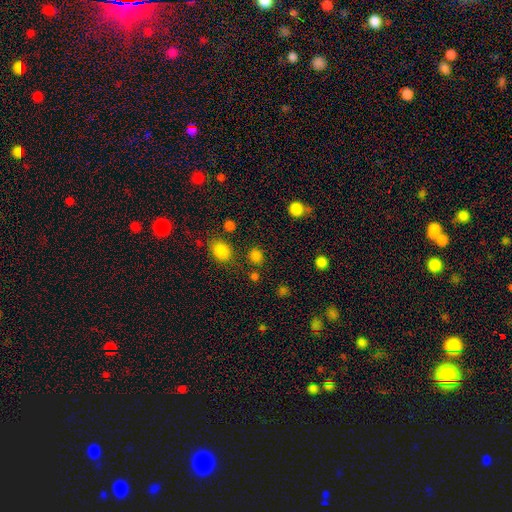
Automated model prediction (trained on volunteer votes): Morphology: type=smooth (80%); roundness=round (79%); merging=none (79%).